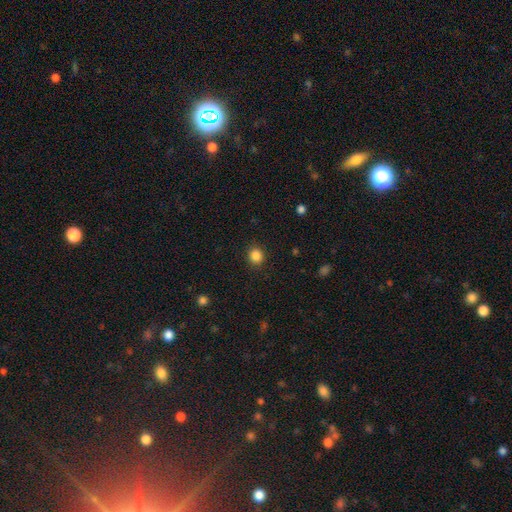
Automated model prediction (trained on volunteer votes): The model was most divided on "how rounded": round: 85%, in between: 14%, cigar-shaped: 1%. More confident: merging — none (90%); smooth or featured — smooth (86%).